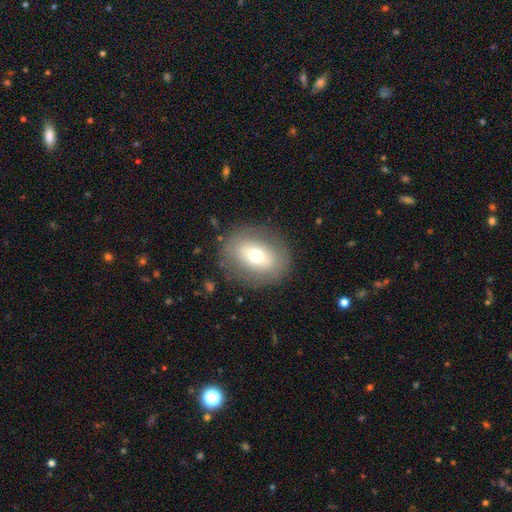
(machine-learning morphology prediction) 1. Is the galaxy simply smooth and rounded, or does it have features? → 62% smooth, 29% featured or disk, 9% star or artifact.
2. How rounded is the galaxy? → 53% in between, 46% round, 1% cigar-shaped.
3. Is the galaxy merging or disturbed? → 83% none, 11% minor disturbance, 5% major disturbance, 1% merger.